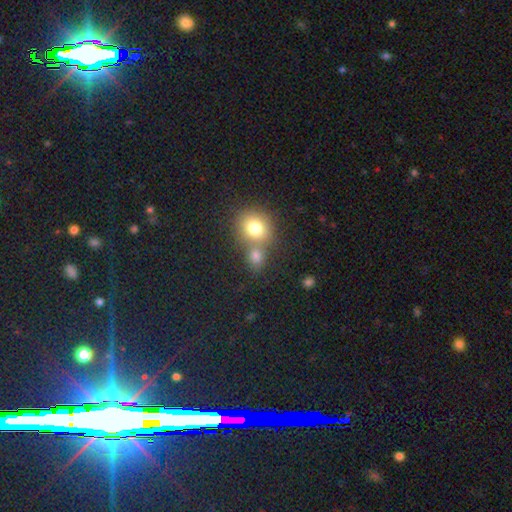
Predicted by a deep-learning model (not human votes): The model was most divided on "merging" (2-way tie): none: 44%, merger: 44%, minor disturbance: 8%, major disturbance: 3%. More confident: smooth or featured — smooth (77%); how rounded — round (68%).